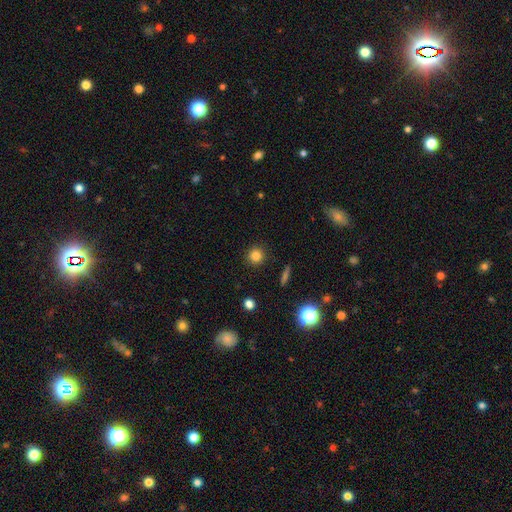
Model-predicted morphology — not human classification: A smooth galaxy with no disk features (82%) that is round (94%).

Vote fractions:
- Smooth or featured? smooth: 82% / star or artifact: 12% / featured or disk: 6%
- How rounded? round: 94% / in between: 5% / cigar-shaped: 1%
- Merging? none: 91% / minor disturbance: 6% / major disturbance: 2% / merger: 1%